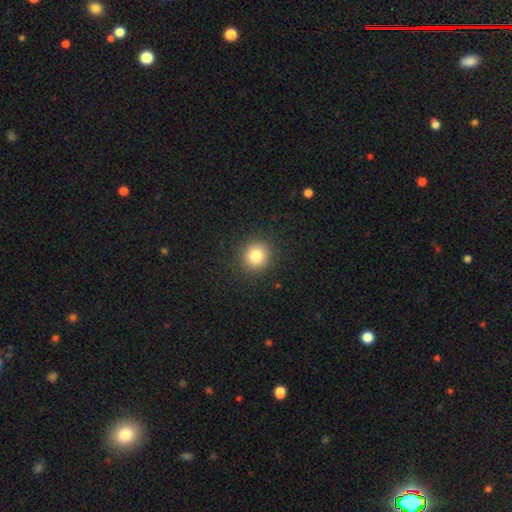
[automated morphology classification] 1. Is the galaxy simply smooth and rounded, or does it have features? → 82% smooth, 11% star or artifact, 7% featured or disk.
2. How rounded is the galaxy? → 87% round, 12% in between, 1% cigar-shaped.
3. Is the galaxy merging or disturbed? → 90% none, 6% minor disturbance, 2% major disturbance, 1% merger.